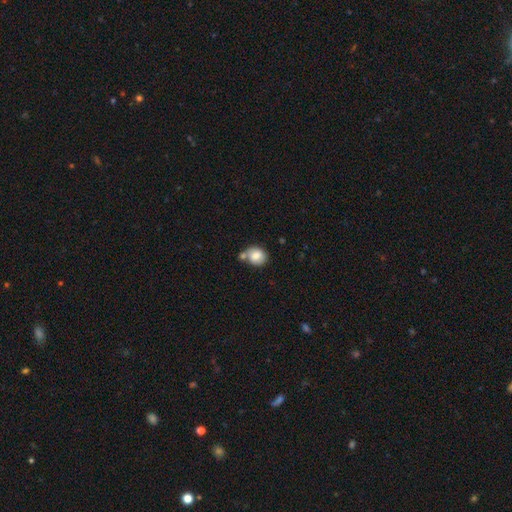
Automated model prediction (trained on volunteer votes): Smooth or featured? Predicted: smooth (p=0.79). How rounded? Predicted: round (p=0.68). Merging? Predicted: none (p=0.49).